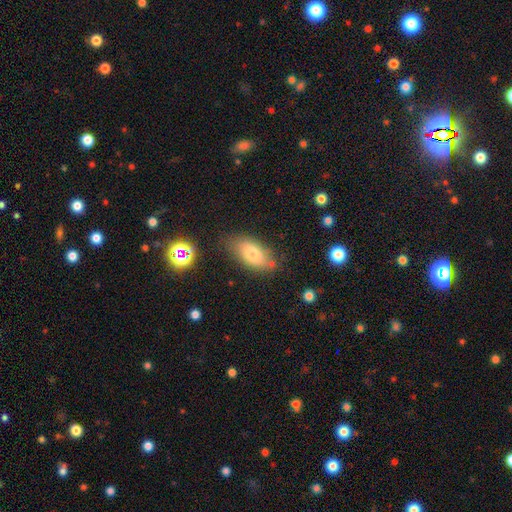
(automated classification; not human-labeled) Smooth or featured? smooth (74%)
How rounded? in between (90%)
Merging? none (74%)